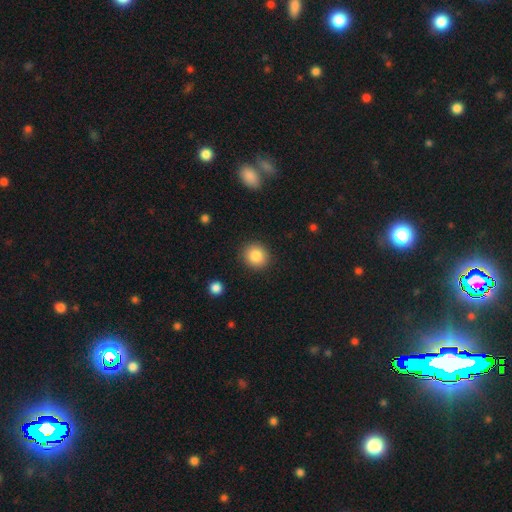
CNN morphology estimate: The model was most divided on "how rounded": round: 87%, in between: 12%, cigar-shaped: 1%. More confident: merging — none (90%); smooth or featured — smooth (85%).